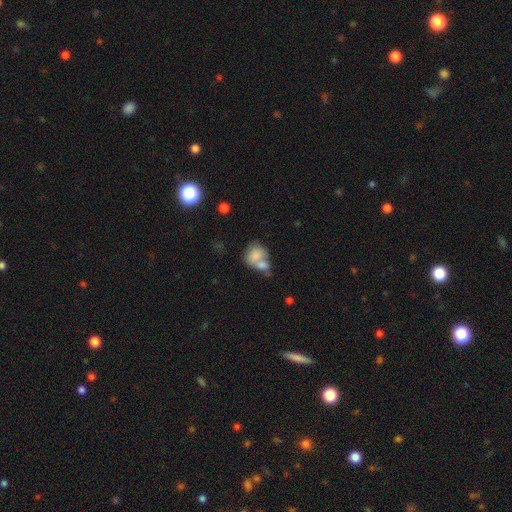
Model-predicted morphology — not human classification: smooth_or_featured: smooth (p=0.76) [alt: featured or disk p=0.16]
how_rounded: in between (p=0.51) [alt: round p=0.48]
merging: merger (p=0.62) [alt: none p=0.21]